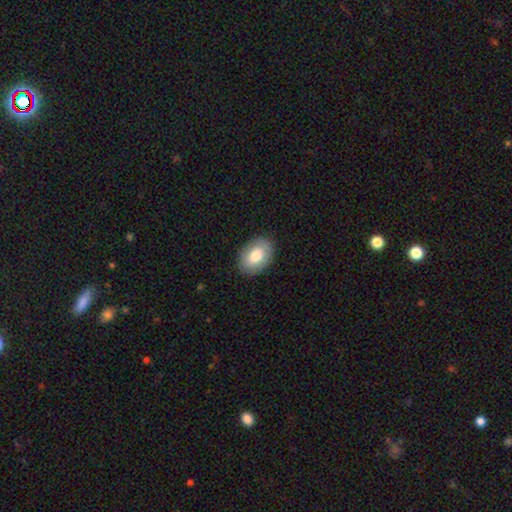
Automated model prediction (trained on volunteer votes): smooth-or-featured: smooth: 74% | featured or disk: 19% | star or artifact: 7%
  how-rounded: in between: 84% | round: 15% | cigar-shaped: 1%
  merging: none: 87% | minor disturbance: 10% | major disturbance: 3% | merger: 1%